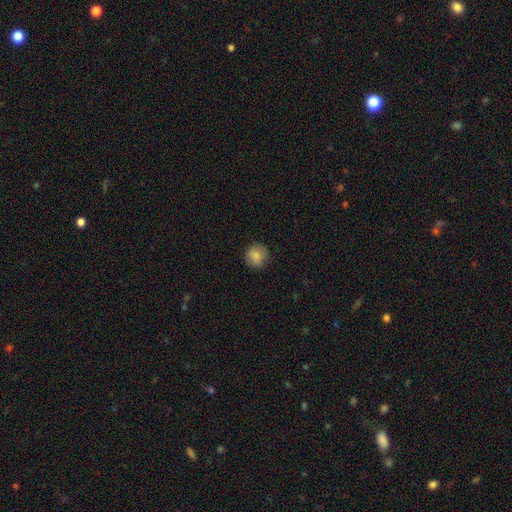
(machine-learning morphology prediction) Smooth or featured? smooth (86%)
How rounded? round (90%)
Merging? none (86%)